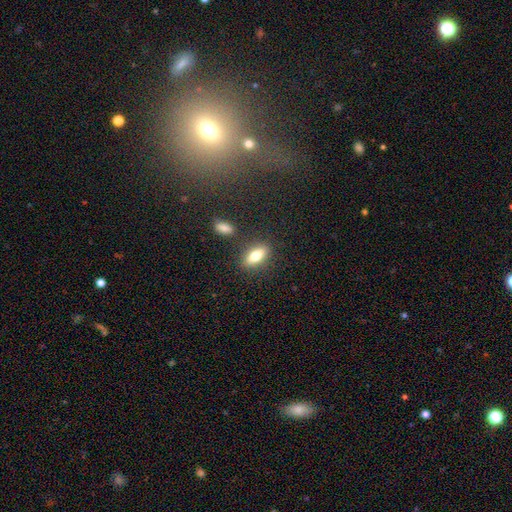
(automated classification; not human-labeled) This appears to be a smooth galaxy with no disk features (71%) that is in between round and cigar-shaped (77%). Merging: none (81%).